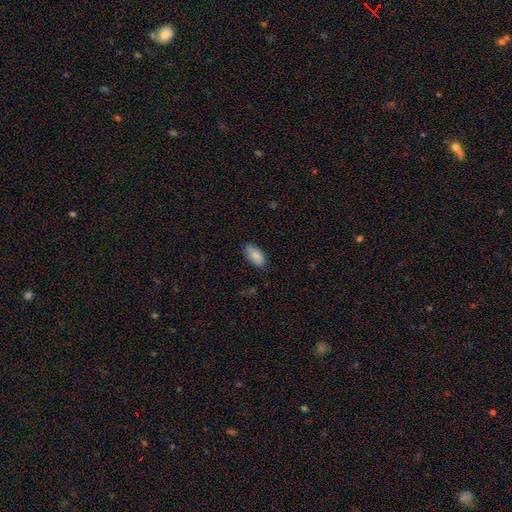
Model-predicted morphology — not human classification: smooth-or-featured: smooth: 85% | featured or disk: 8% | star or artifact: 7%
  how-rounded: in between: 93% | cigar-shaped: 4% | round: 2%
  merging: none: 76% | minor disturbance: 20% | major disturbance: 3% | merger: 1%